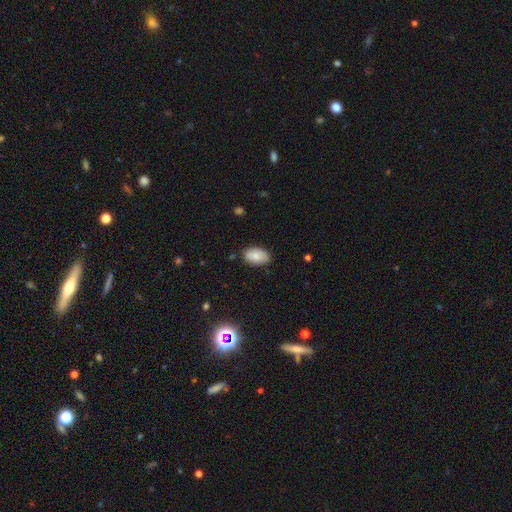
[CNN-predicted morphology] This is likely a smooth galaxy (77%). How rounded: clearly in between (92%). Merging: likely none (79%).